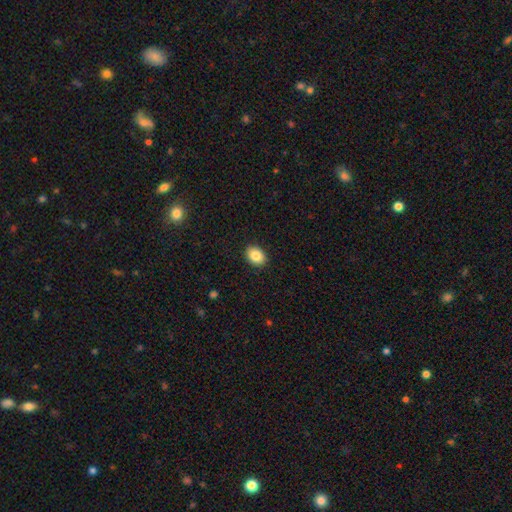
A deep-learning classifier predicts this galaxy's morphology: Smooth or featured: smooth — 85% (star or artifact — 8%)
How rounded: in between — 66% (round — 34%)
Merging: none — 90% (minor disturbance — 7%)